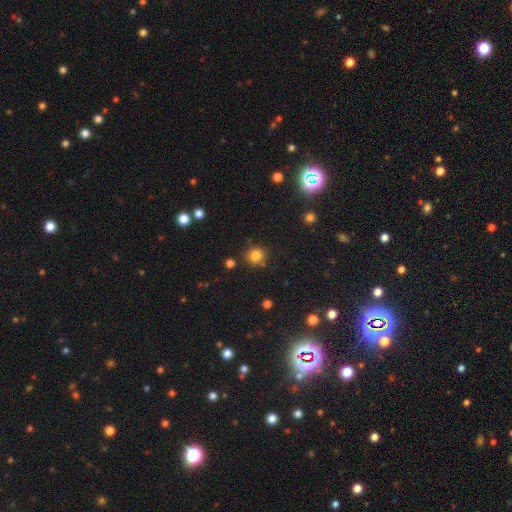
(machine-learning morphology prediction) smooth-or-featured: smooth: 82% | star or artifact: 13% | featured or disk: 5%
  how-rounded: round: 90% | in between: 9% | cigar-shaped: 1%
  merging: none: 83% | minor disturbance: 9% | merger: 5% | major disturbance: 3%